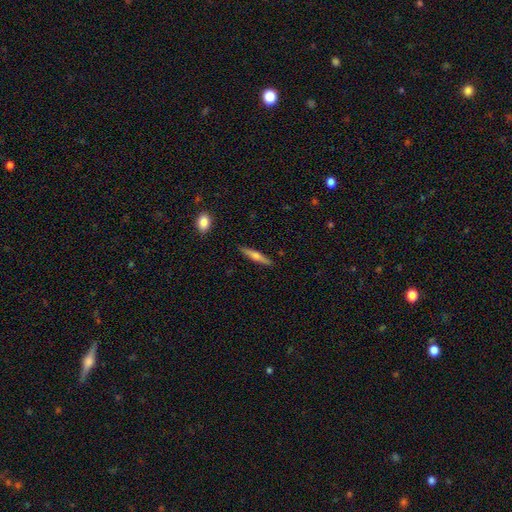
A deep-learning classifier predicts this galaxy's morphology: Q: Smooth or featured?
A: smooth (48%); runner-up: featured or disk (46%)
Q: Merging?
A: none (89%); runner-up: minor disturbance (8%)